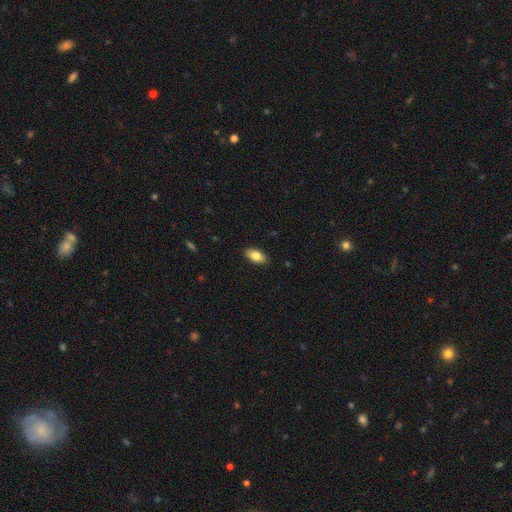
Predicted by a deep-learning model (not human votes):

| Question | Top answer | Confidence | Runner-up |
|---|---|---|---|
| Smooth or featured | smooth | 82% | featured or disk (11%) |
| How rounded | in between | 92% | cigar-shaped (5%) |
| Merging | none | 89% | minor disturbance (8%) |